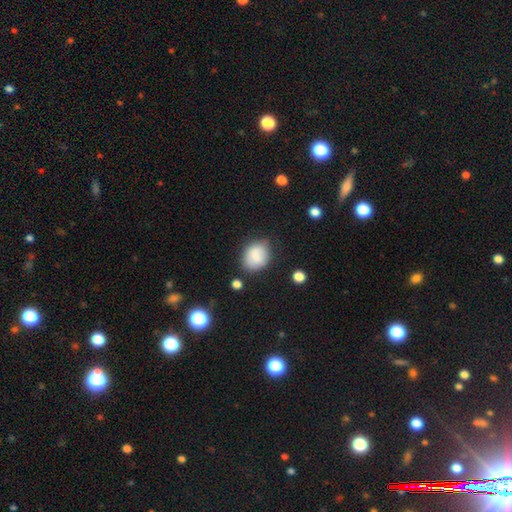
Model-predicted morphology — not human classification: This appears to be a smooth galaxy with no disk features (81%) that is in between round and cigar-shaped (52%). Merging: none (70%).